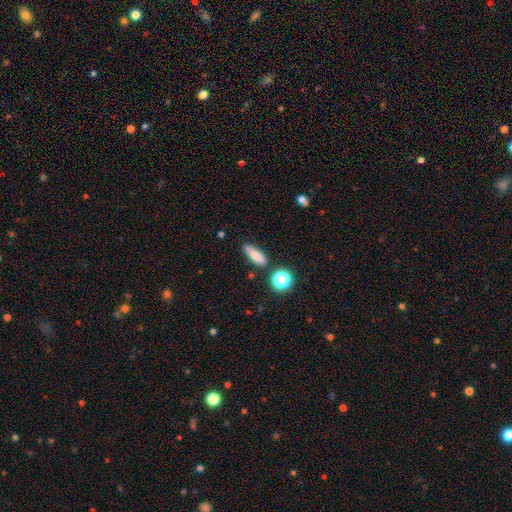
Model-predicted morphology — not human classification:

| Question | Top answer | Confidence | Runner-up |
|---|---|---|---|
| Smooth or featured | smooth | 78% | featured or disk (11%) |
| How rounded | in between | 52% | cigar-shaped (41%) |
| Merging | none | 77% | minor disturbance (14%) |